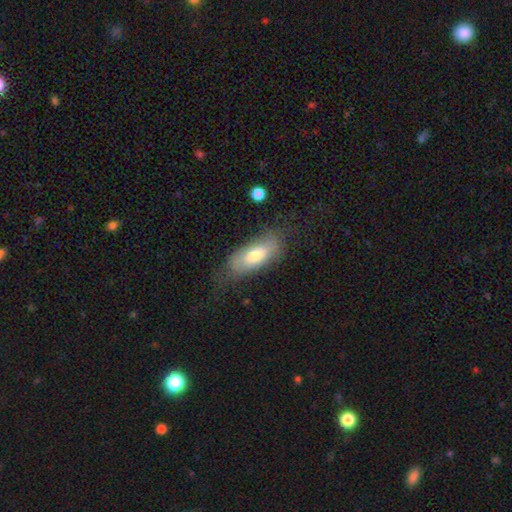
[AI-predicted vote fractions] Overall: smooth (69%). How rounded: in between (80%). Merging: none (61%; minor disturbance 24%).